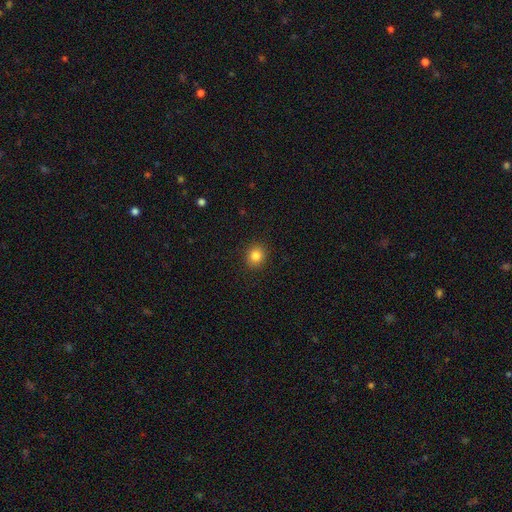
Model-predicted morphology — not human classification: A smooth galaxy with no disk features (84%) that is round (82%). Merging: none (91%).